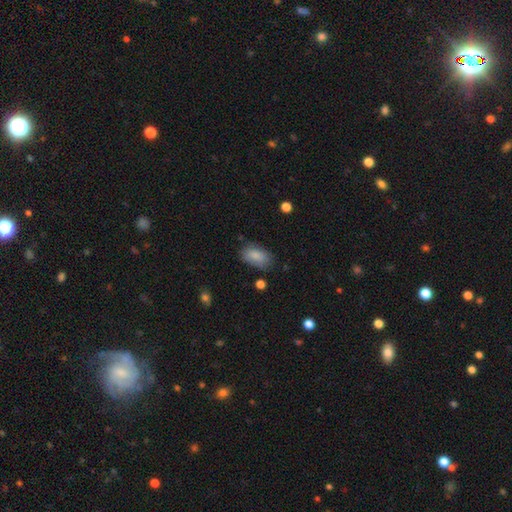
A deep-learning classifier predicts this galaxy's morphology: This is clearly a smooth galaxy (85%). How rounded: clearly in between (92%). Merging: likely none (72%).